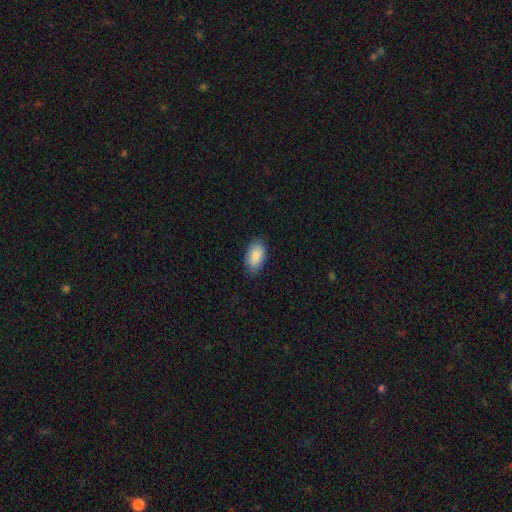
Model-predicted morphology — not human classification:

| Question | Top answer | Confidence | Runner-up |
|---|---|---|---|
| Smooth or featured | smooth | 88% | star or artifact (6%) |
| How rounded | in between | 94% | round (4%) |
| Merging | none | 81% | minor disturbance (15%) |